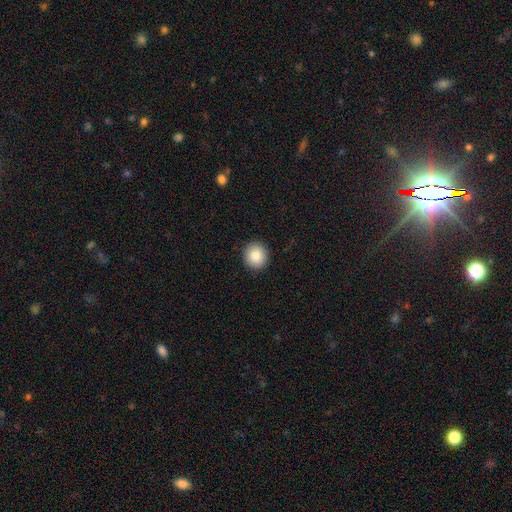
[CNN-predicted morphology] Smooth or featured: smooth — 87% (star or artifact — 8%)
How rounded: round — 89% (in between — 10%)
Merging: none — 92% (minor disturbance — 5%)